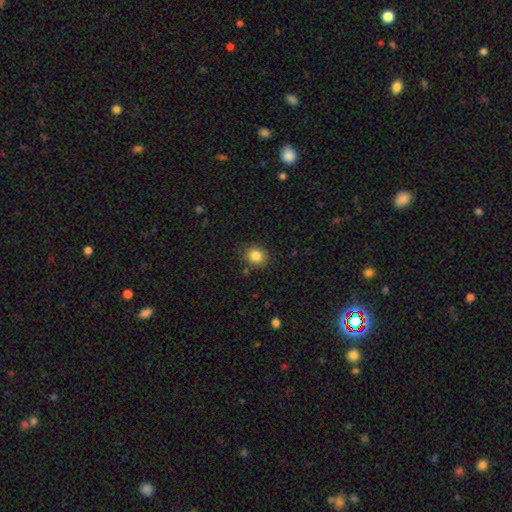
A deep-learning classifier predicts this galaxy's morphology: The model was most divided on "how rounded": round: 64%, in between: 35%, cigar-shaped: 1%. More confident: merging — none (85%); smooth or featured — smooth (85%).